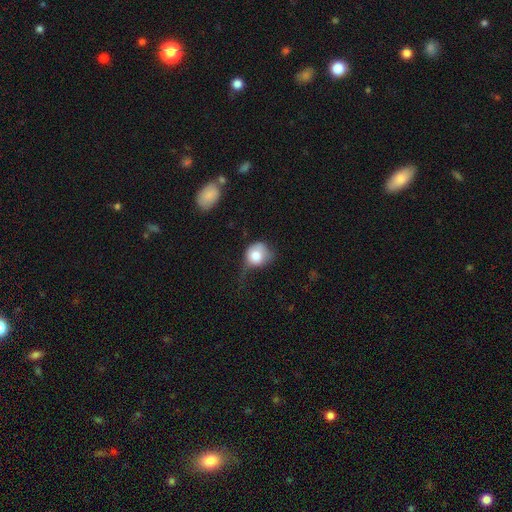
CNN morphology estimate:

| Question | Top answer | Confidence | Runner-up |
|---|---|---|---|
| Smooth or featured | smooth | 76% | featured or disk (16%) |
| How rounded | round | 77% | in between (22%) |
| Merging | minor disturbance | 38% | major disturbance (33%) |